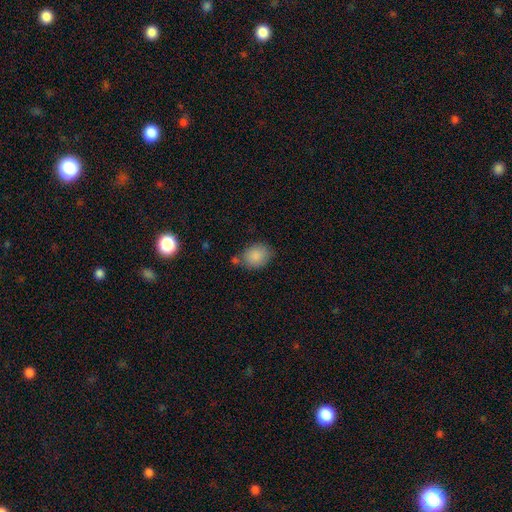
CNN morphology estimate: smooth 87%, star or artifact 8%, featured or disk 6%. Down the decision tree: how rounded — in between (54%); merging — none (64%).